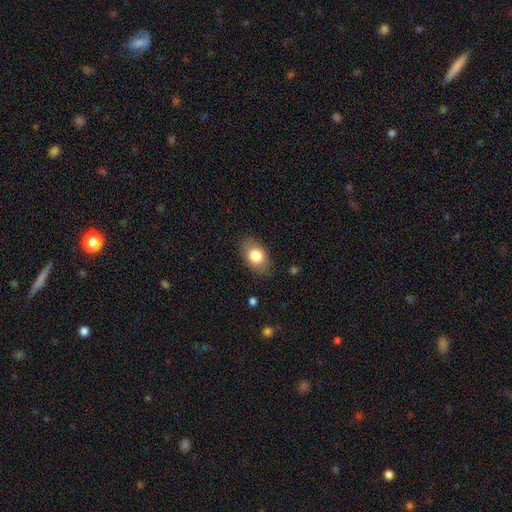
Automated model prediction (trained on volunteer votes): Smooth or featured?
  - smooth: 79% *
  - featured or disk: 13%
  - star or artifact: 8%
How rounded?
  - in between: 84% *
  - round: 15%
  - cigar-shaped: 2%
Merging?
  - none: 83% *
  - minor disturbance: 13%
  - major disturbance: 4%
  - merger: 1%